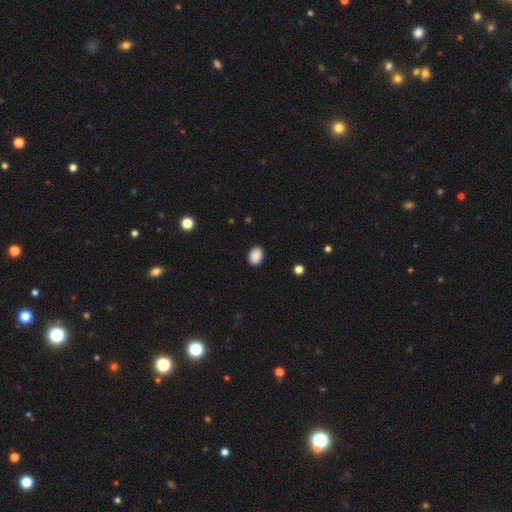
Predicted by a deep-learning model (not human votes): smooth-or-featured: smooth: 89% | star or artifact: 8% | featured or disk: 3%
  how-rounded: in between: 74% | round: 25% | cigar-shaped: 1%
  merging: none: 90% | minor disturbance: 8% | major disturbance: 2% | merger: 1%